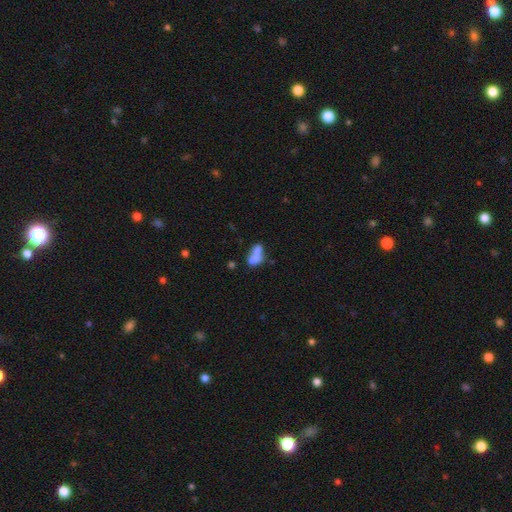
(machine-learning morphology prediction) smooth-or-featured: smooth: 66% | featured or disk: 23% | star or artifact: 10%
  how-rounded: in between: 74% | round: 22% | cigar-shaped: 4%
  merging: merger: 66% | none: 20% | minor disturbance: 8% | major disturbance: 7%